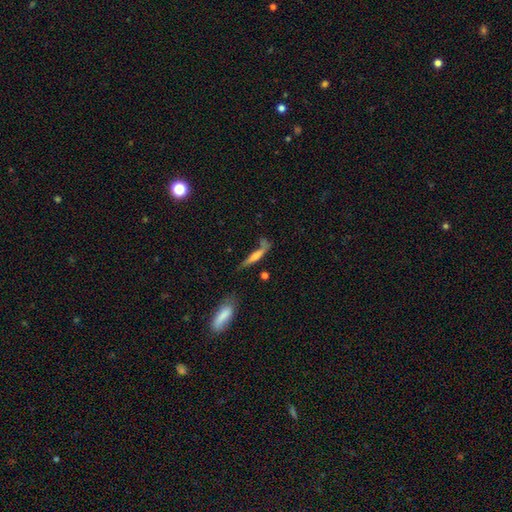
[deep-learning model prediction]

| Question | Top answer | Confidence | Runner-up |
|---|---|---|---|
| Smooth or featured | smooth | 58% | featured or disk (33%) |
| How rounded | cigar-shaped | 86% | in between (12%) |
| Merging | none | 51% | minor disturbance (24%) |